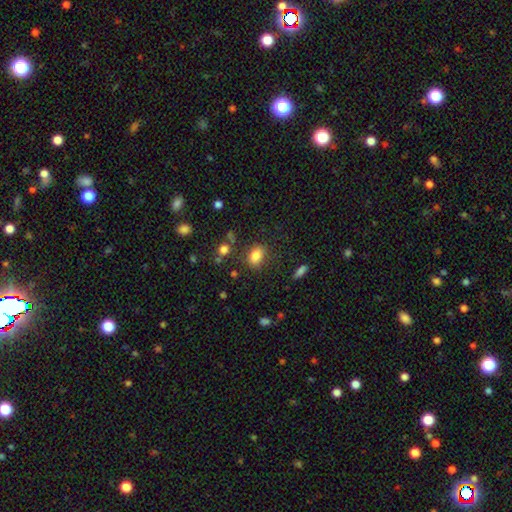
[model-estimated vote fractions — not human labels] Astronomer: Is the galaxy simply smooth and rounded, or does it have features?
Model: smooth — 83%.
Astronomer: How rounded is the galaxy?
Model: in between — 76%.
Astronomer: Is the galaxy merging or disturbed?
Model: none — 75%.